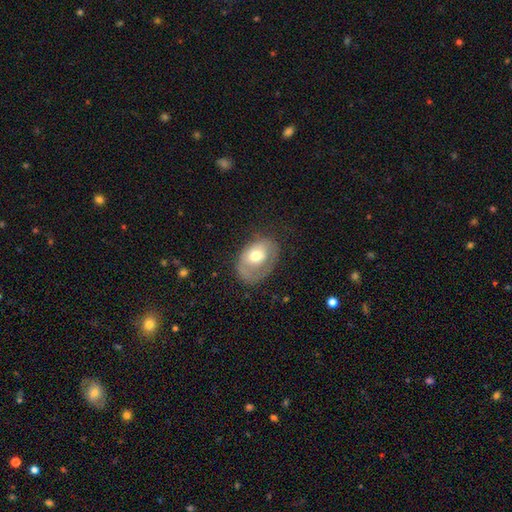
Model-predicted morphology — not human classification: This appears to be a smooth galaxy with no disk features (54%) that is in between round and cigar-shaped (72%). Merging: none (43%).